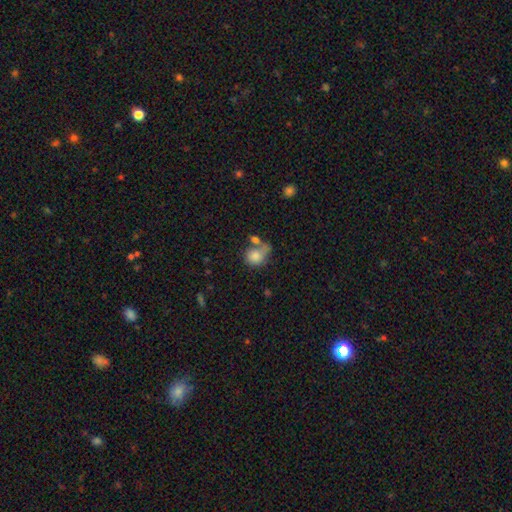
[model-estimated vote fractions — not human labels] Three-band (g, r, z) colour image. It shows a smooth galaxy with no disk features (79%) that is round (66%). Merging: merger (37%).